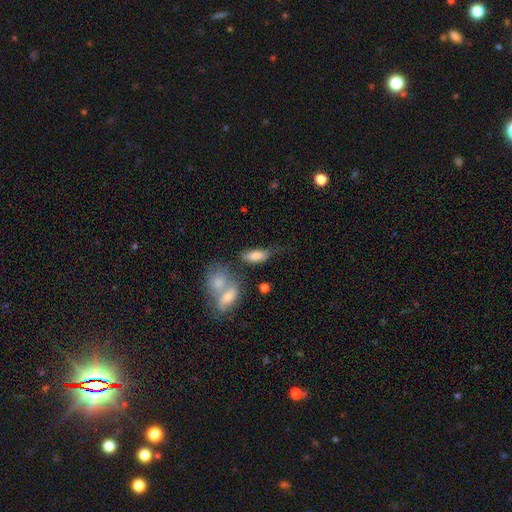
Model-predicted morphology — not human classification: smooth_or_featured: smooth (p=0.82) [alt: featured or disk p=0.11]
how_rounded: in between (p=0.81) [alt: cigar-shaped p=0.15]
merging: none (p=0.46) [alt: minor disturbance p=0.22]